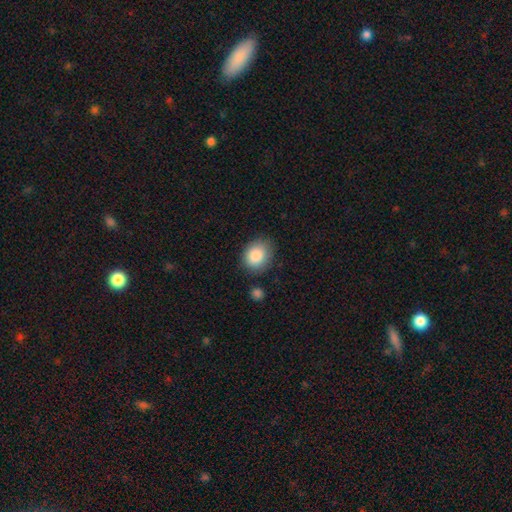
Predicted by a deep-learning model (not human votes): A smooth galaxy with no disk features (87%) that is round (55%).

Vote fractions:
- Smooth or featured? smooth: 87% / star or artifact: 7% / featured or disk: 5%
- How rounded? round: 55% / in between: 44% / cigar-shaped: 1%
- Merging? none: 78% / minor disturbance: 14% / merger: 4% / major disturbance: 4%